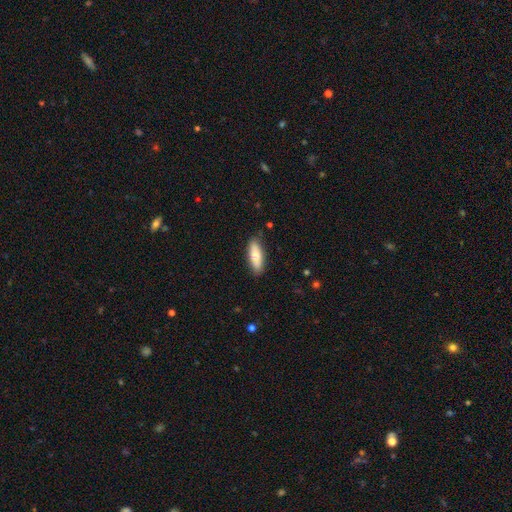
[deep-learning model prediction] This is likely a smooth galaxy (72%). How rounded: likely in between (64%). Merging: clearly none (84%).